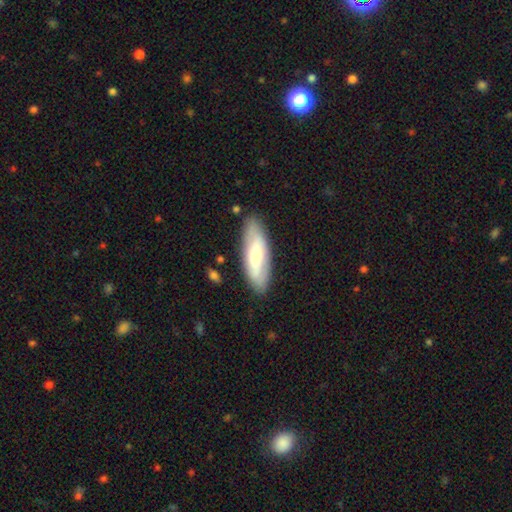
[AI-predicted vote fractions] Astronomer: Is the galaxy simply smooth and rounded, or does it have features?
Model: smooth — 52% (runner-up: featured or disk, 42%).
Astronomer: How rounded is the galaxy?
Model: in between — 63%.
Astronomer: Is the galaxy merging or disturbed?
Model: none — 84%.